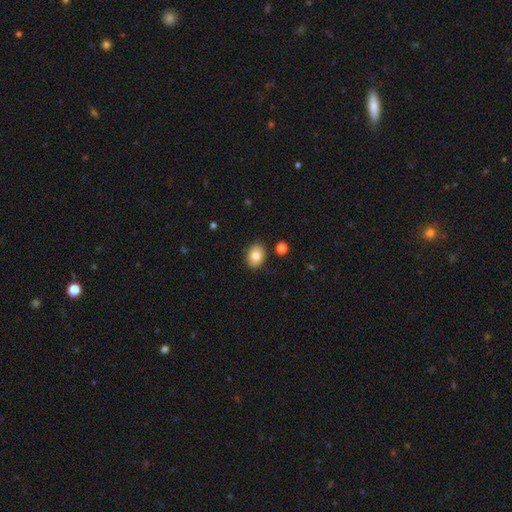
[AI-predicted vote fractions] smooth-or-featured: smooth: 83% | featured or disk: 9% | star or artifact: 8%
  how-rounded: in between: 76% | round: 23% | cigar-shaped: 1%
  merging: none: 87% | minor disturbance: 9% | merger: 3% | major disturbance: 2%